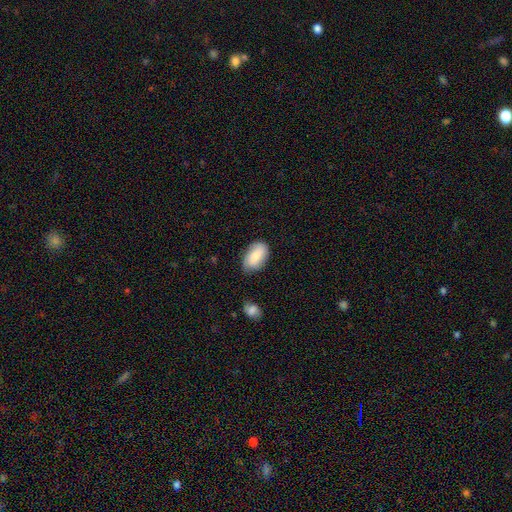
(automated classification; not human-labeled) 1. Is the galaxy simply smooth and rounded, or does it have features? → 78% smooth, 15% featured or disk, 7% star or artifact.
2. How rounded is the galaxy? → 92% in between, 6% round, 2% cigar-shaped.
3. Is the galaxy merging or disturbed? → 72% none, 22% minor disturbance, 4% major disturbance, 2% merger.